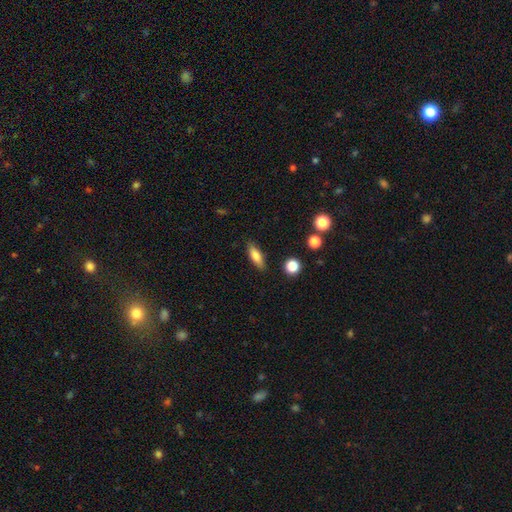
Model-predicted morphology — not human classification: A smooth galaxy with no disk features (75%) that is in between round and cigar-shaped (51%).

Vote fractions:
- Smooth or featured? smooth: 75% / featured or disk: 17% / star or artifact: 8%
- How rounded? in between: 51% / cigar-shaped: 46% / round: 4%
- Merging? none: 87% / minor disturbance: 9% / major disturbance: 2% / merger: 2%